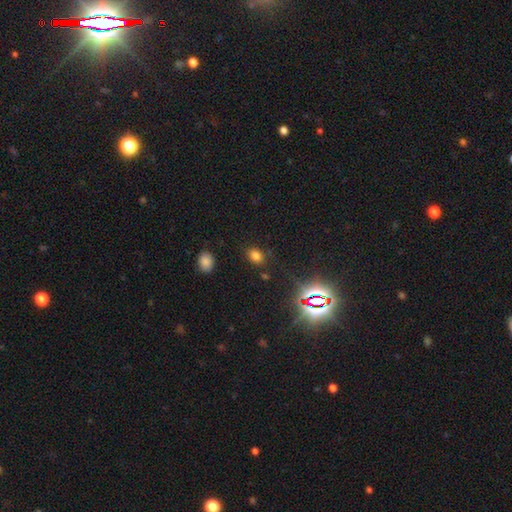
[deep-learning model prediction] Morphology: type=smooth (71%); roundness=in between (72%); merging=none (82%).